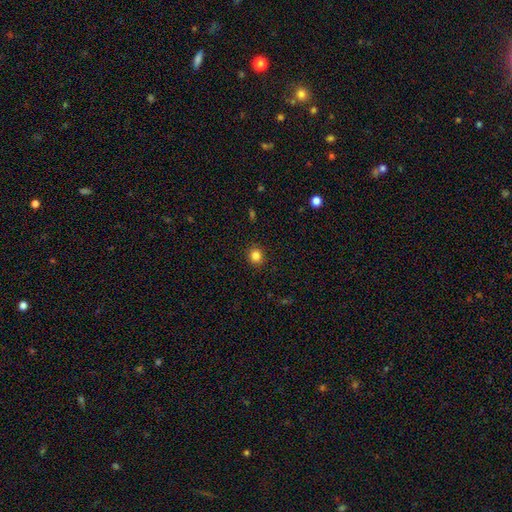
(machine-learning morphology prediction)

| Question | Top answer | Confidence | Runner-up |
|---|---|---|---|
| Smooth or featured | smooth | 84% | star or artifact (11%) |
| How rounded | round | 88% | in between (11%) |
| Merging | none | 92% | minor disturbance (6%) |